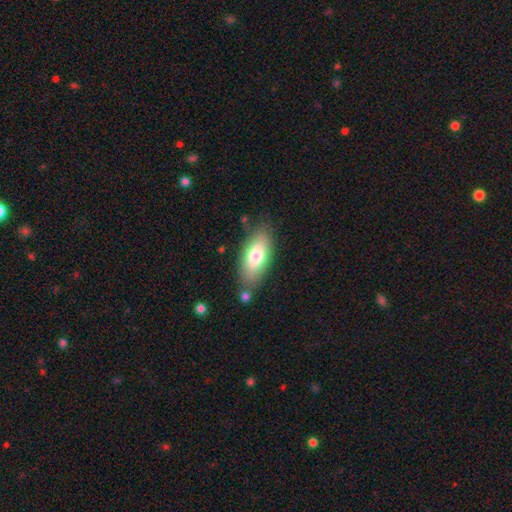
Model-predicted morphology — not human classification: type=smooth (74%); roundness=in between (83%); merging=none (74%).